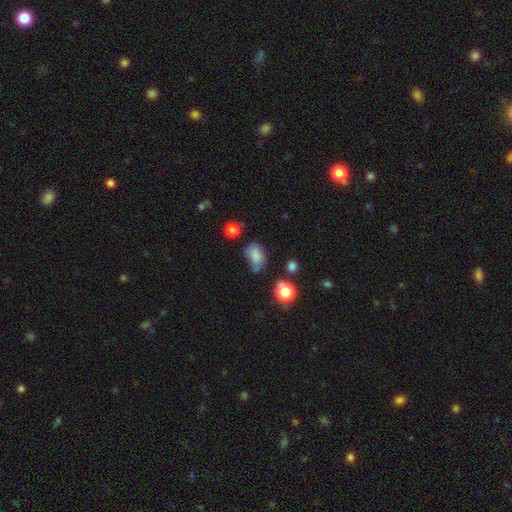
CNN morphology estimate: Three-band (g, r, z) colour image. It shows a smooth galaxy with no disk features (74%) that is in between round and cigar-shaped (76%). Merging: none (41%).